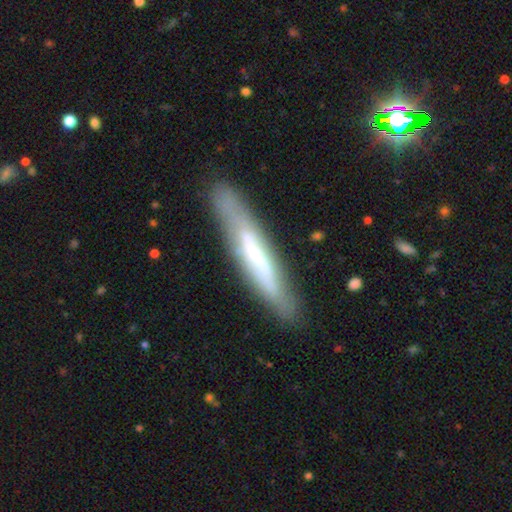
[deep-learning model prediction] Overall: featured or disk (53%; smooth 40%). Edge-on disk: yes (77%). Merging: none (80%).